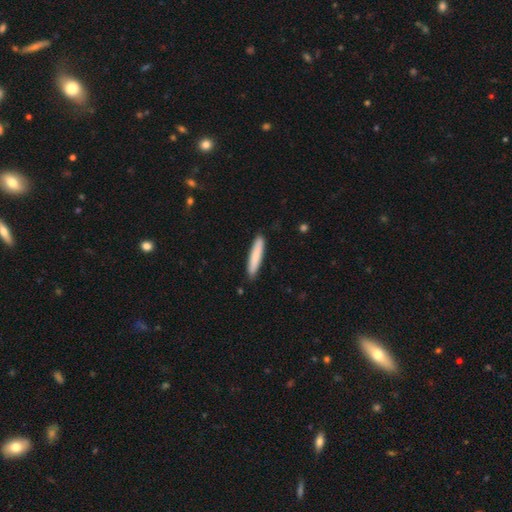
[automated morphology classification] smooth 83%, featured or disk 12%, star or artifact 5%. Down the decision tree: how rounded — cigar-shaped (91%); merging — none (89%).